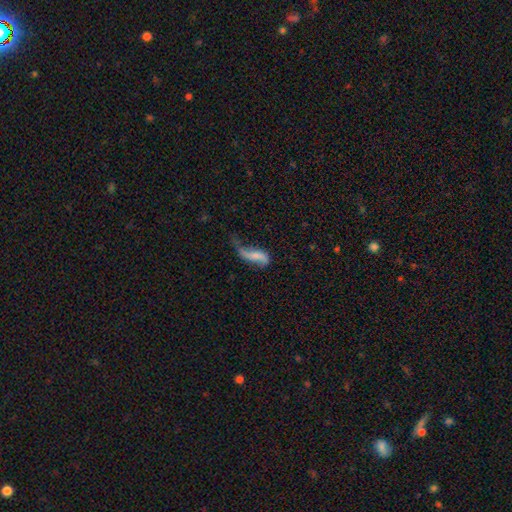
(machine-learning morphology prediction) This appears to be a featured or disk galaxy (53%). Merging: major disturbance (38%).